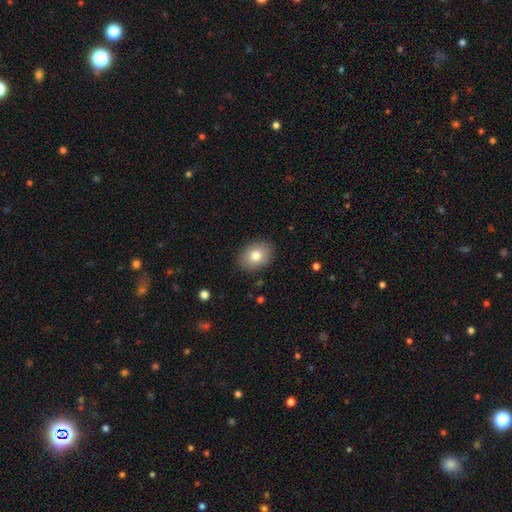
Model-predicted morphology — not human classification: Smooth or featured?
  - smooth: 80% *
  - featured or disk: 11%
  - star or artifact: 9%
How rounded?
  - in between: 58% *
  - round: 41%
  - cigar-shaped: 1%
Merging?
  - none: 87% *
  - minor disturbance: 9%
  - major disturbance: 2%
  - merger: 1%